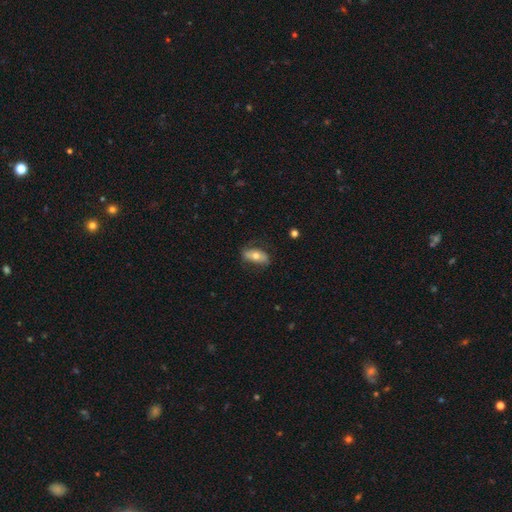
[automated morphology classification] Q: Smooth or featured?
A: smooth (59%); runner-up: featured or disk (34%)
Q: How rounded?
A: in between (82%); runner-up: cigar-shaped (14%)
Q: Merging?
A: none (72%); runner-up: minor disturbance (20%)